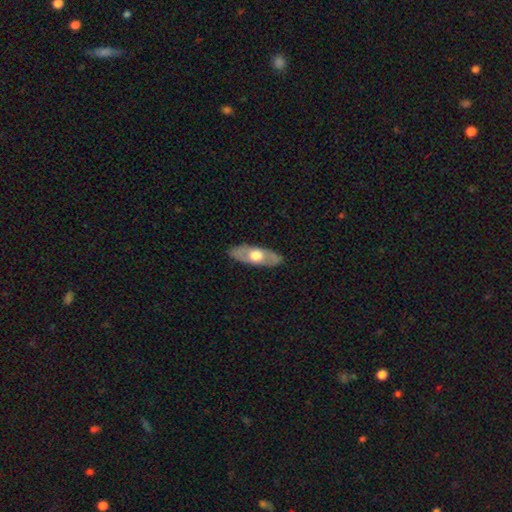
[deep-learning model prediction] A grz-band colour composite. It shows a featured or disk galaxy (54%). Merging: none (86%).